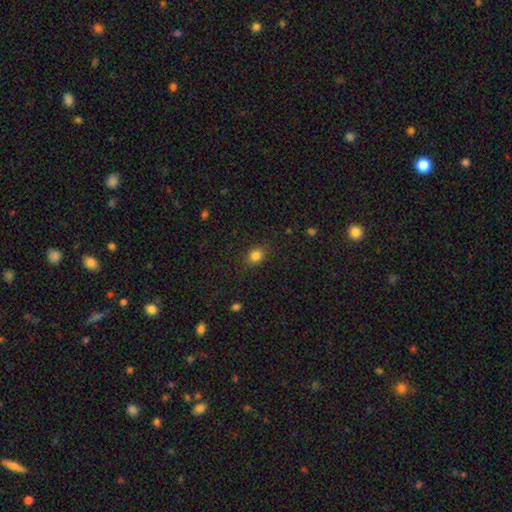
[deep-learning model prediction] This appears to be a smooth galaxy with no disk features (83%) that is round (59%). Merging: none (86%).